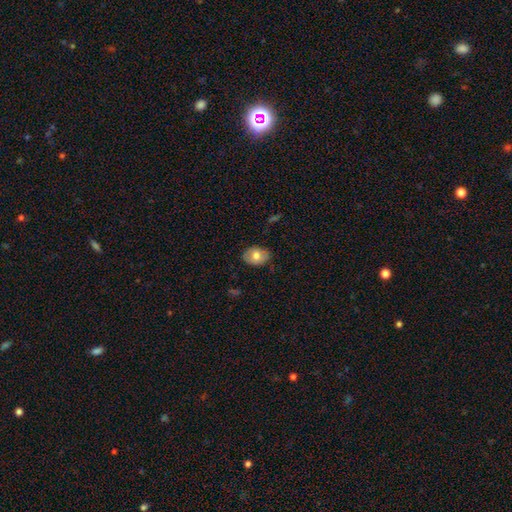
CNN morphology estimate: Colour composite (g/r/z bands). It shows a smooth galaxy with no disk features (73%) that is in between round and cigar-shaped (77%). Merging: none (83%).